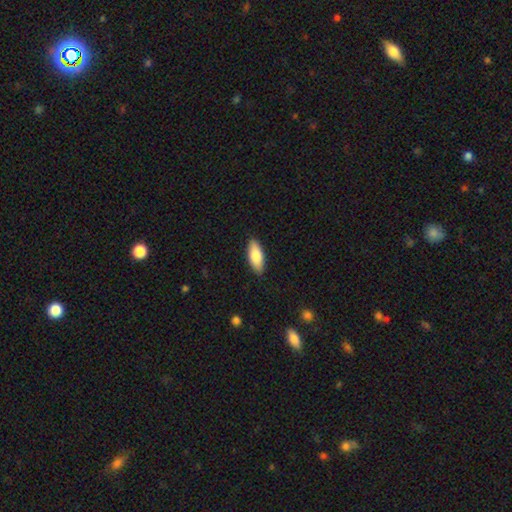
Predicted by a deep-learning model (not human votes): Morphology: type=smooth (81%); roundness=in between (80%); merging=none (87%).